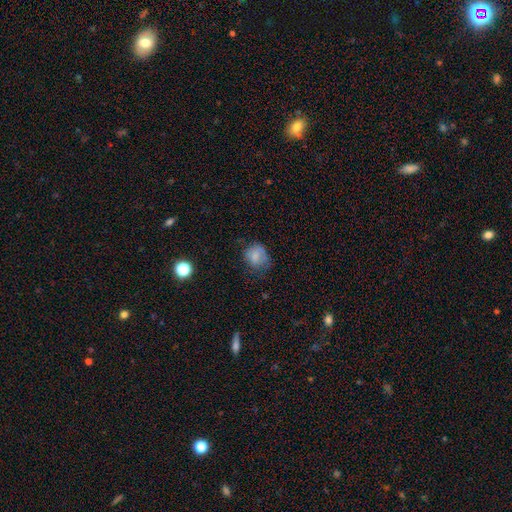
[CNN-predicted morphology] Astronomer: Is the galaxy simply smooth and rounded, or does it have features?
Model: smooth — 73%.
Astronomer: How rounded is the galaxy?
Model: round — 63%.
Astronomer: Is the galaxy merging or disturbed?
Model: none — 51% (runner-up: minor disturbance, 30%).